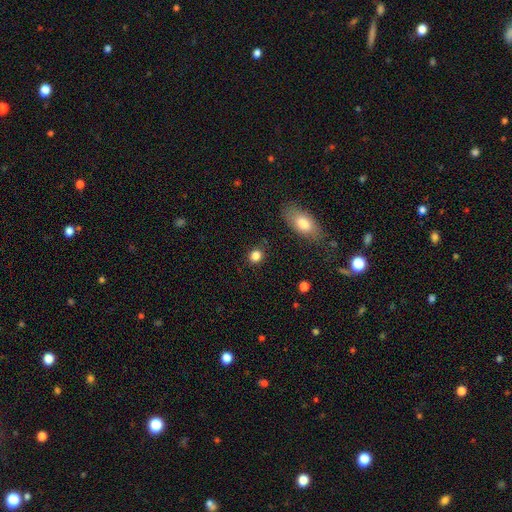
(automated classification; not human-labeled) Overall: smooth (85%). How rounded: round (77%). Merging: none (87%).